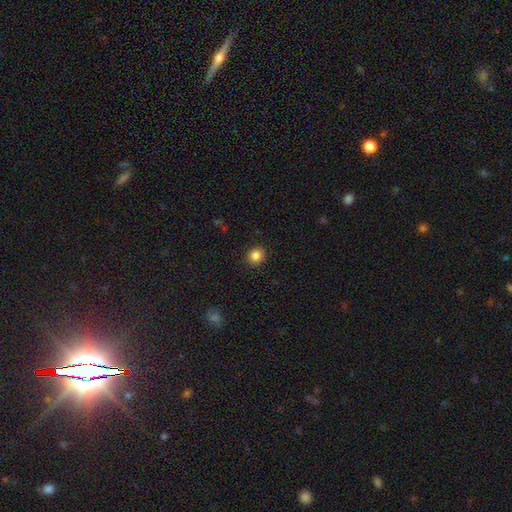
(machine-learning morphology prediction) Smooth or featured: smooth — 86% (star or artifact — 11%)
How rounded: round — 86% (in between — 13%)
Merging: none — 91% (minor disturbance — 6%)